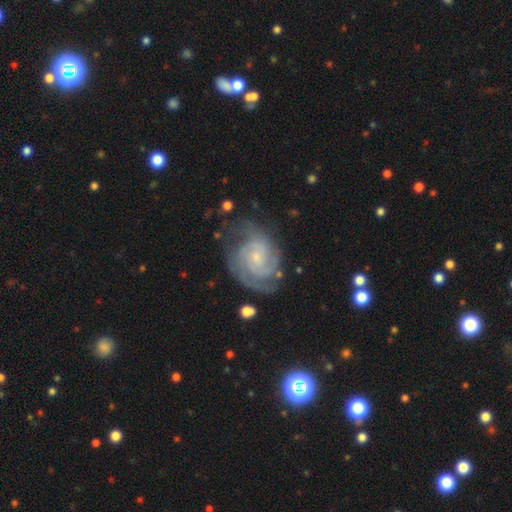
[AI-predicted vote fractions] This appears to be a featured or disk galaxy (86%) with no bar (71%), 2 (33%) tight (62%) spiral arms (96%) and a small central bulge (79%). Merging: none (67%).